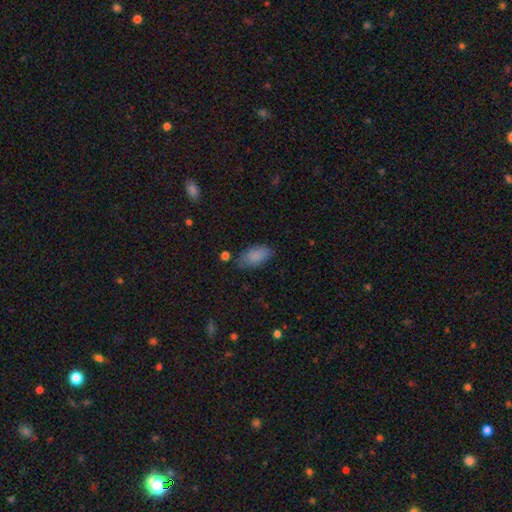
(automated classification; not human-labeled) The model was most divided on "merging": none: 75%, minor disturbance: 18%, major disturbance: 4%, merger: 2%. More confident: how rounded — in between (93%); smooth or featured — smooth (87%).